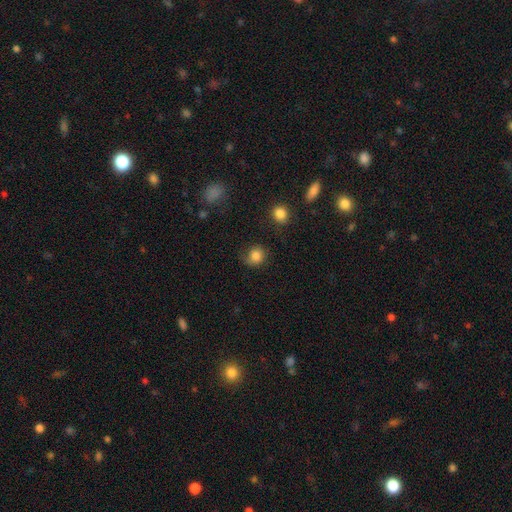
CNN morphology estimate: Smooth or featured: smooth — 84% (star or artifact — 10%)
How rounded: round — 80% (in between — 19%)
Merging: none — 65% (minor disturbance — 23%)